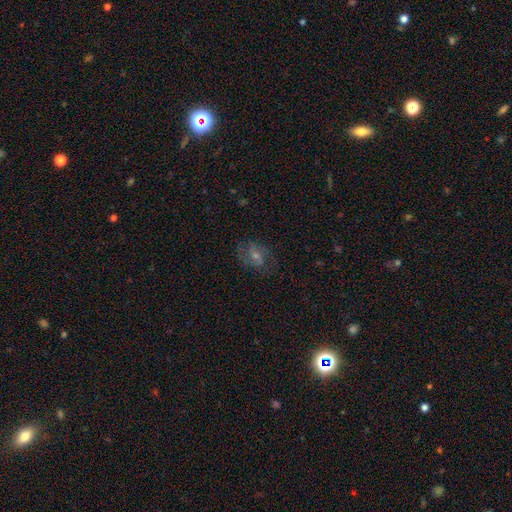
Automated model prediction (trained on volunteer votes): Overall: featured or disk (55%; smooth 31%). Edge-on disk: no (96%). Bar: weak (46%; no 40%). Spiral arms: yes (78%). Bulge size: small (52%; moderate 36%). Merging: none (68%).